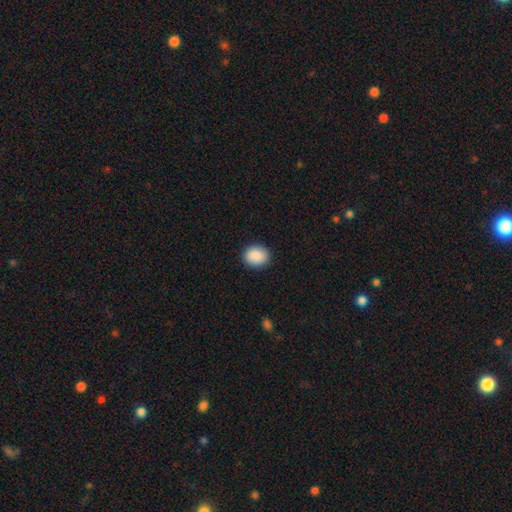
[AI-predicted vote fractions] A smooth galaxy with no disk features (90%) that is round (56%). Merging: none (90%).